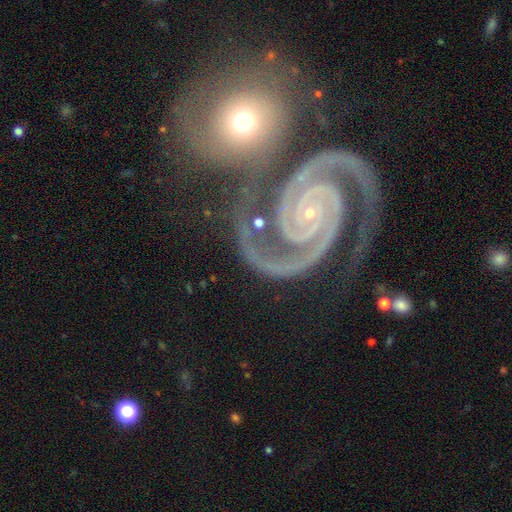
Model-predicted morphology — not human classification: The model was most divided on "spiral winding": tight: 67%, medium: 28%, loose: 4%. More confident: spiral arms — yes (99%); edge-on disk — no (98%); smooth or featured — featured or disk (93%); spiral arm count — 2 (92%); bulge size — small (87%); bar — no (68%); merging — none (64%).